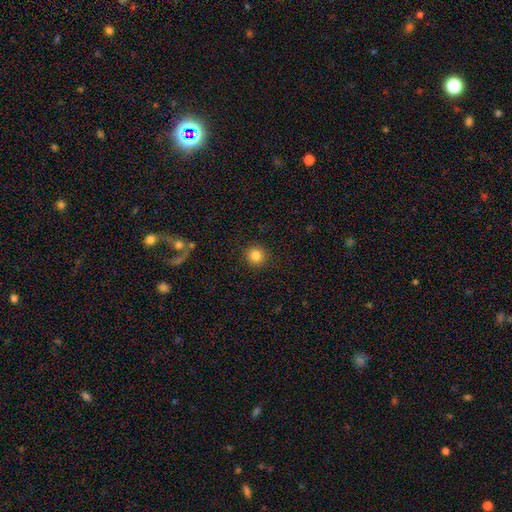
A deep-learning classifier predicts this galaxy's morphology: A smooth galaxy with no disk features (84%) that is round (94%).

Vote fractions:
- Smooth or featured? smooth: 84% / star or artifact: 10% / featured or disk: 5%
- How rounded? round: 94% / in between: 5% / cigar-shaped: 1%
- Merging? none: 91% / minor disturbance: 6% / major disturbance: 2% / merger: 1%